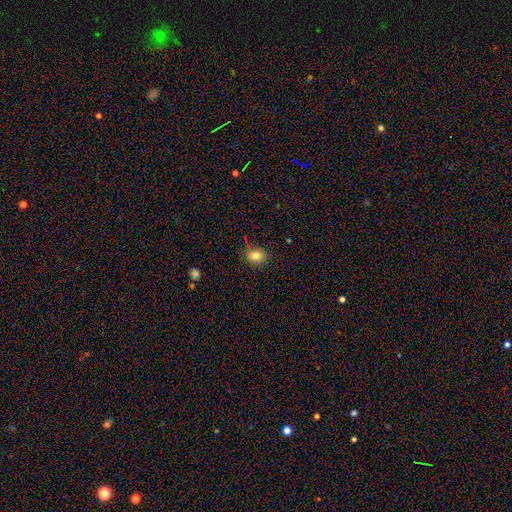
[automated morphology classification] smooth 82%, star or artifact 10%, featured or disk 7%. Down the decision tree: how rounded — in between (58%); merging — none (84%).